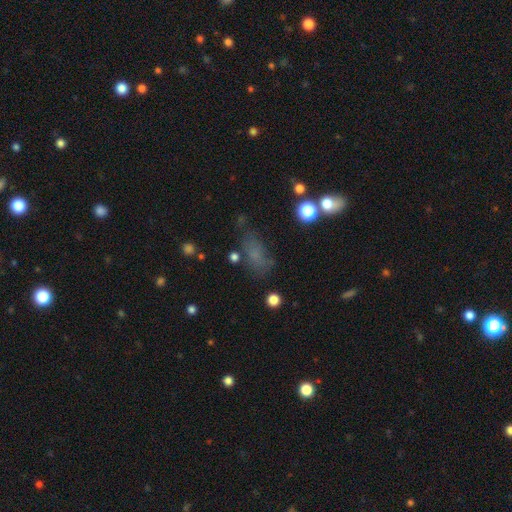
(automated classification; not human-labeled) This appears to be a smooth galaxy with no disk features (64%) that is in between round and cigar-shaped (77%). Merging: none (54%).